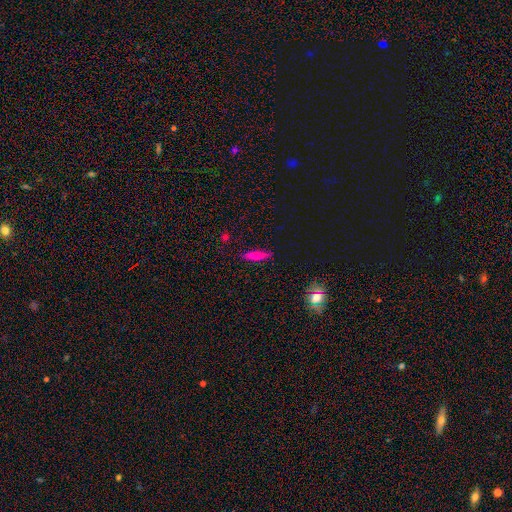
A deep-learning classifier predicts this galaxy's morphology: smooth-or-featured: smooth: 56% | featured or disk: 35% | star or artifact: 9%
  how-rounded: cigar-shaped: 80% | in between: 17% | round: 3%
  merging: none: 88% | minor disturbance: 9% | major disturbance: 2% | merger: 1%